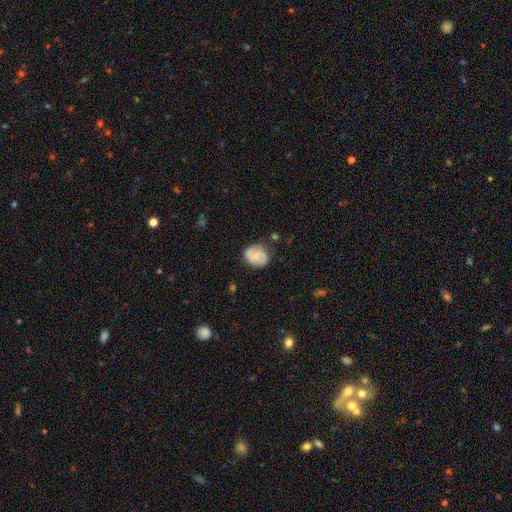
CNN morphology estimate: featured or disk 50%, smooth 42%, star or artifact 8%. Down the decision tree: merging — none (74%).